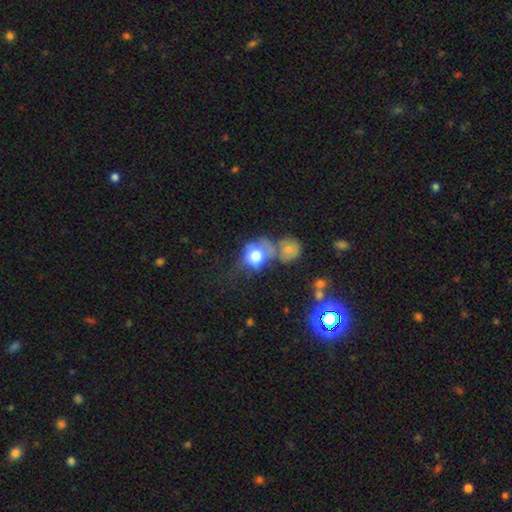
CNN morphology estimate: Q: Smooth or featured?
A: smooth (65%); runner-up: featured or disk (25%)
Q: How rounded?
A: round (58%); runner-up: in between (41%)
Q: Merging?
A: merger (42%); runner-up: none (23%)